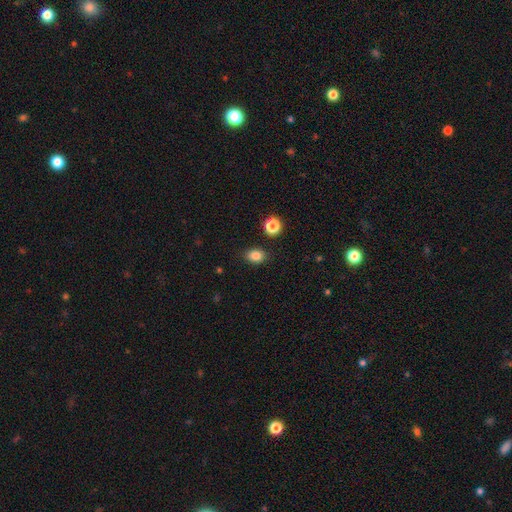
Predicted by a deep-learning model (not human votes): smooth-or-featured: smooth: 84% | star or artifact: 11% | featured or disk: 5%
  how-rounded: in between: 63% | round: 36% | cigar-shaped: 1%
  merging: none: 85% | minor disturbance: 10% | major disturbance: 3% | merger: 2%